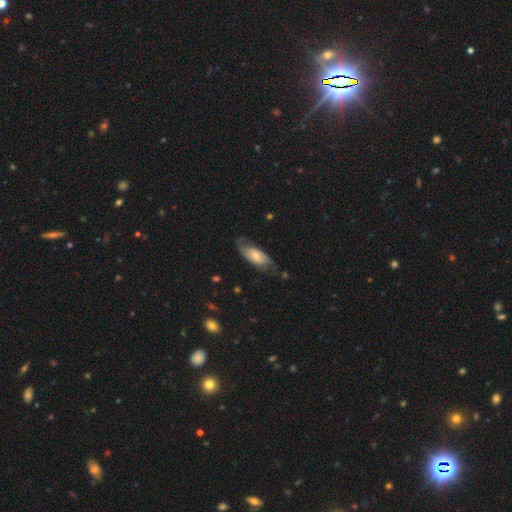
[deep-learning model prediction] Overall: featured or disk (52%; smooth 42%). Edge-on disk: no (87%). Merging: none (58%; minor disturbance 26%).